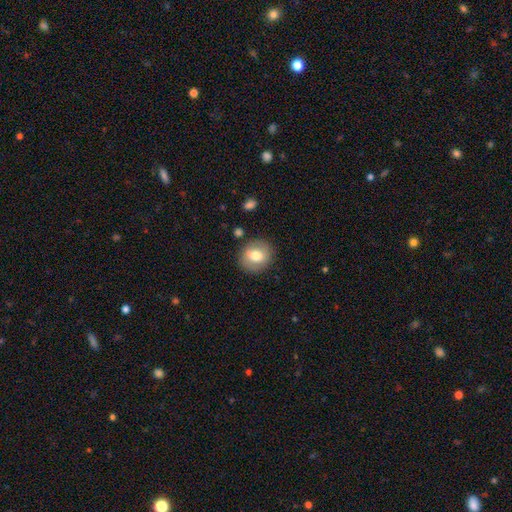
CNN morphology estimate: A smooth galaxy with no disk features (66%) that is round (76%).

Vote fractions:
- Smooth or featured? smooth: 66% / featured or disk: 26% / star or artifact: 8%
- How rounded? round: 76% / in between: 23% / cigar-shaped: 1%
- Merging? none: 84% / minor disturbance: 10% / major disturbance: 3% / merger: 2%